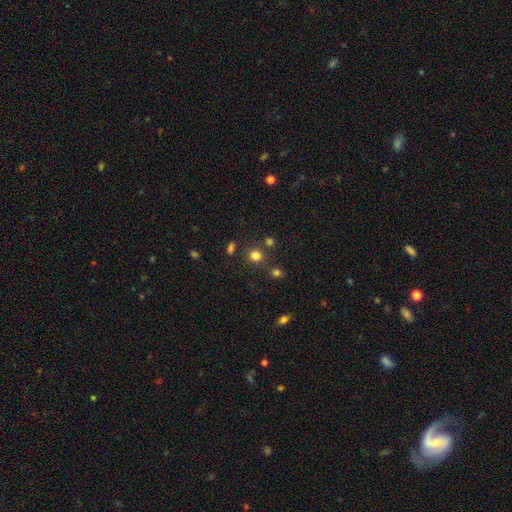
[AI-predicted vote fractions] Smooth or featured: smooth — 79% (star or artifact — 16%)
How rounded: round — 79% (in between — 20%)
Merging: none — 79% (minor disturbance — 9%)